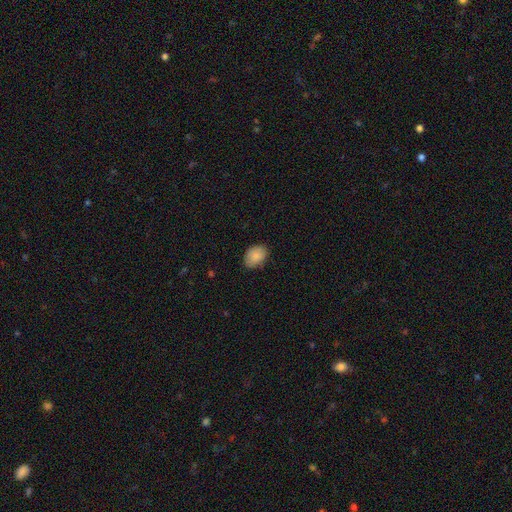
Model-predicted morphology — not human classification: Overall: smooth (87%). How rounded: in between (79%). Merging: none (80%).